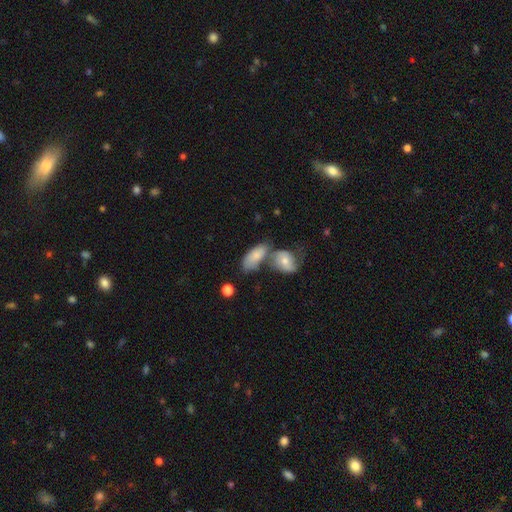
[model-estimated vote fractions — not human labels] This appears to be a smooth galaxy with no disk features (72%) that is in between round and cigar-shaped (88%). Merging: merger (47%).